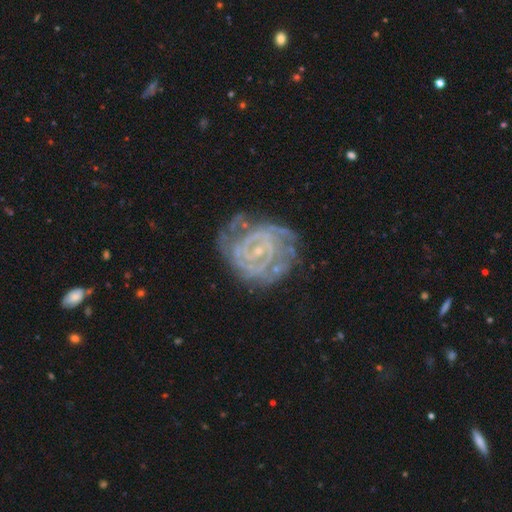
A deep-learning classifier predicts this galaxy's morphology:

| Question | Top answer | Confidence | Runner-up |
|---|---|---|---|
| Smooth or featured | featured or disk | 76% | star or artifact (13%) |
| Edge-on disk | no | 97% | yes (3%) |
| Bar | no | 48% | weak (38%) |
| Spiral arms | yes | 81% | no (19%) |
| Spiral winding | tight | 64% | medium (27%) |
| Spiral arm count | can't tell | 47% | 2 (19%) |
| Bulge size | small | 75% | none (12%) |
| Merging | none | 62% | minor disturbance (20%) |